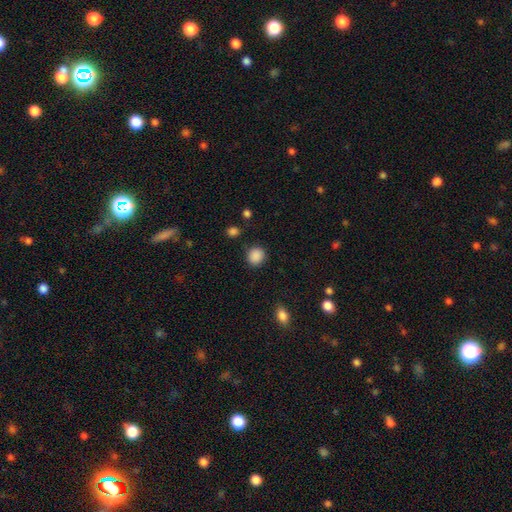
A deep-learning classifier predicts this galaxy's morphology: Smooth or featured?
  - smooth: 88% *
  - star or artifact: 10%
  - featured or disk: 3%
How rounded?
  - round: 88% *
  - in between: 11%
  - cigar-shaped: 1%
Merging?
  - none: 87% *
  - minor disturbance: 8%
  - major disturbance: 3%
  - merger: 2%